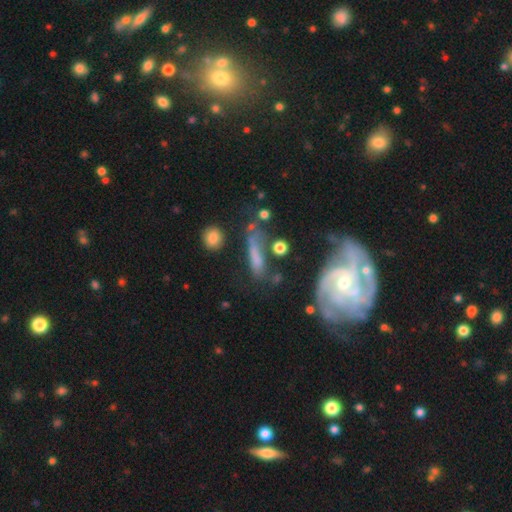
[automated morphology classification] Smooth or featured?
  - smooth: 48% *
  - featured or disk: 41%
  - star or artifact: 12%
Merging?
  - none: 47% *
  - minor disturbance: 24%
  - major disturbance: 16%
  - merger: 13%